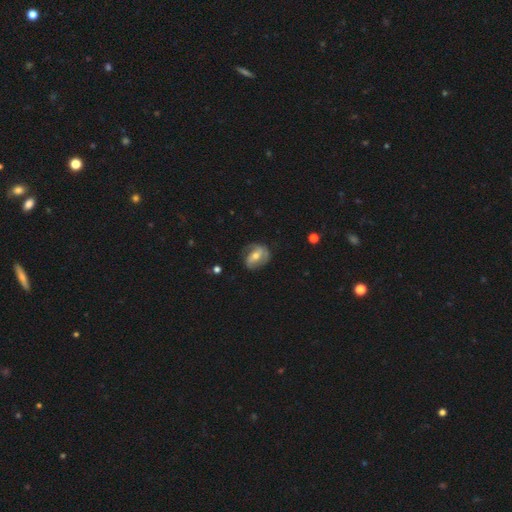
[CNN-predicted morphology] smooth-or-featured: featured or disk: 66% | smooth: 27% | star or artifact: 7%
  disk-edge-on: no: 95% | yes: 5%
    bar: weak: 36% | strong: 34% | no: 30%
    has-spiral-arms: yes: 77% | no: 23%
    bulge-size: moderate: 62% | small: 32% | large: 4% | none: 1% | dominant: 1%
  merging: none: 65% | minor disturbance: 23% | major disturbance: 11% | merger: 2%